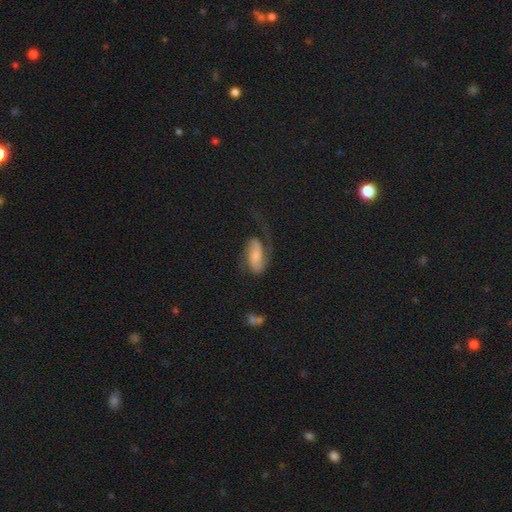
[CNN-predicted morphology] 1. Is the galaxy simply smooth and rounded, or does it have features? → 56% featured or disk, 36% smooth, 8% star or artifact.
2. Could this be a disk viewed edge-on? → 93% no, 7% yes.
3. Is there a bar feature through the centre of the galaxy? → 49% no, 33% weak, 18% strong.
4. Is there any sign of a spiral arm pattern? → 86% yes, 14% no.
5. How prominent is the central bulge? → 34% small, 29% moderate, 17% none, 15% large, 4% dominant.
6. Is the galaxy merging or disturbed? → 42% major disturbance, 36% none, 19% minor disturbance, 3% merger.